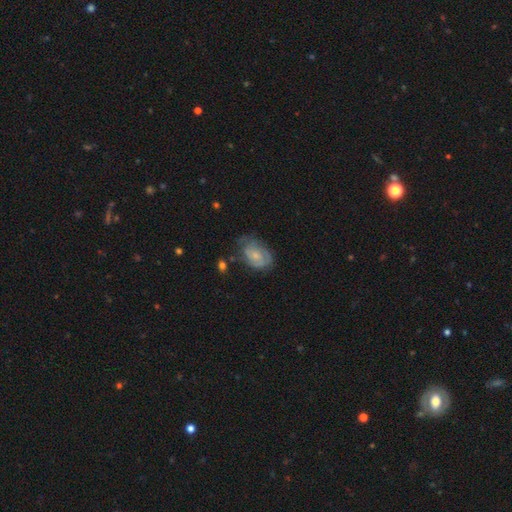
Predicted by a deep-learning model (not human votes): Morphology: type=featured or disk (57%); edge-on=no (97%); bar=no (69%); spiral arms=yes (75%); bulge=small (50%); merging=none (54%).